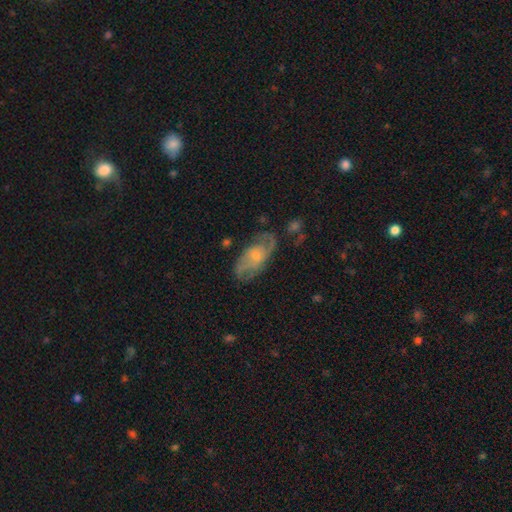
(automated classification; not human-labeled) Smooth or featured? Predicted: featured or disk (p=0.75). Edge-on disk? Predicted: no (p=0.94). Bar? Predicted: no (p=0.69). Spiral arms? Predicted: yes (p=0.89). Spiral winding? Predicted: medium (p=0.46). Spiral arm count? Predicted: 2 (p=0.63). Bulge size? Predicted: small (p=0.57). Merging? Predicted: none (p=0.67).